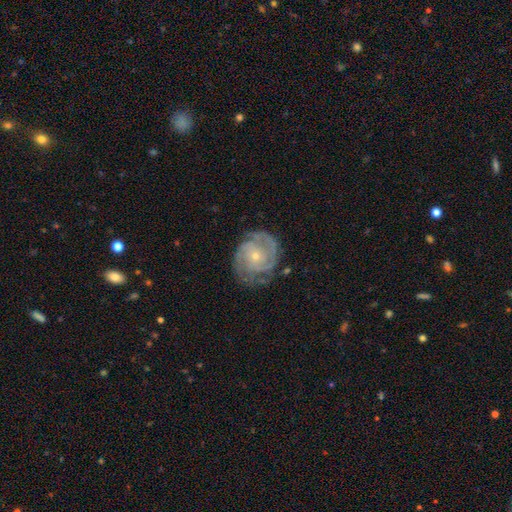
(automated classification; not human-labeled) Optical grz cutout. It shows a featured or disk galaxy (88%) with no bar (75%), 2 (34%) tight (60%) spiral arms (97%) and a small central bulge (76%). Merging: none (73%).